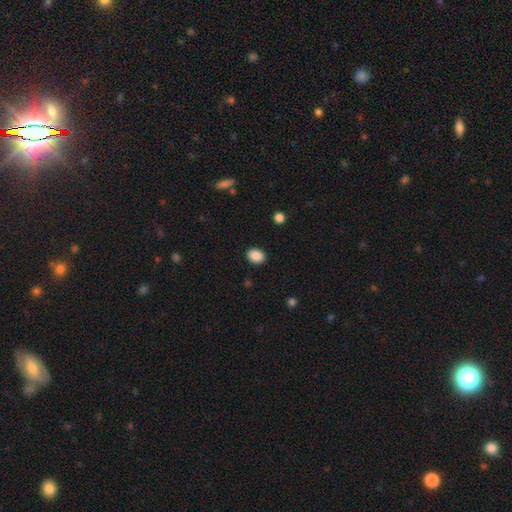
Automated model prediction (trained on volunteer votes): Smooth or featured?
  - smooth: 89% *
  - star or artifact: 8%
  - featured or disk: 3%
How rounded?
  - in between: 66% *
  - round: 33%
  - cigar-shaped: 1%
Merging?
  - none: 89% *
  - minor disturbance: 7%
  - major disturbance: 2%
  - merger: 1%